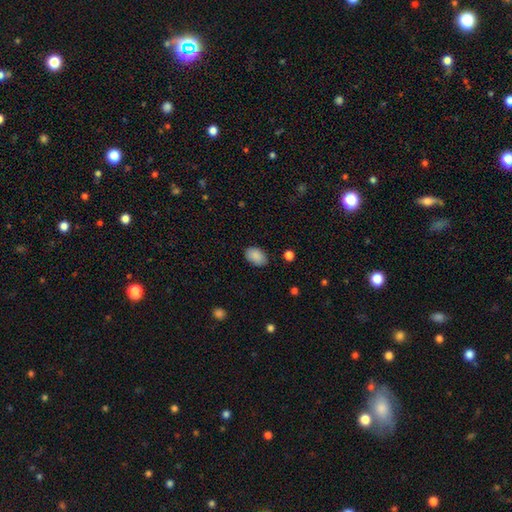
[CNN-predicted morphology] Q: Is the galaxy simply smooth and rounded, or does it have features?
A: smooth — 88%.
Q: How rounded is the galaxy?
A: in between — 87%.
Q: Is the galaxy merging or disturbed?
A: none — 82%.